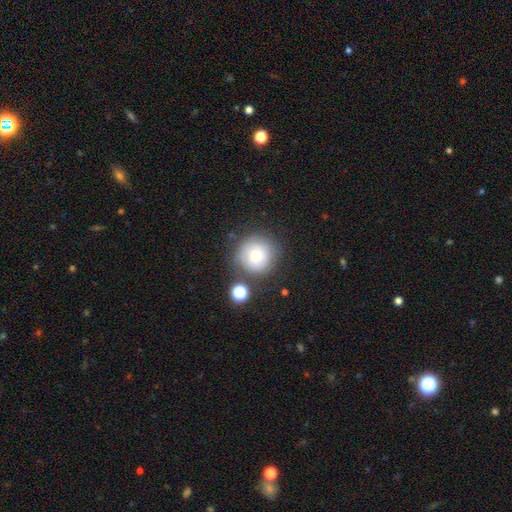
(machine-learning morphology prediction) Smooth or featured?
  - smooth: 68% *
  - featured or disk: 21%
  - star or artifact: 11%
How rounded?
  - round: 94% *
  - in between: 5%
  - cigar-shaped: 1%
Merging?
  - none: 71% *
  - minor disturbance: 15%
  - merger: 8%
  - major disturbance: 6%